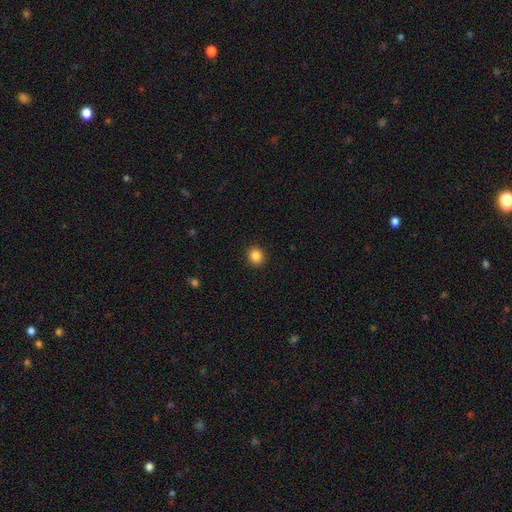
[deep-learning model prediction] This is clearly a smooth galaxy (87%). How rounded: clearly round (82%). Merging: clearly none (92%).